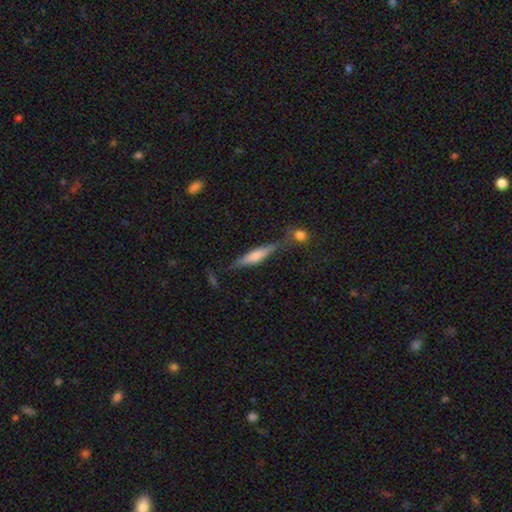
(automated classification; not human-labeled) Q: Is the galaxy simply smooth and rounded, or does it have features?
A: smooth — 59%.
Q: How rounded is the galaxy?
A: cigar-shaped — 81%.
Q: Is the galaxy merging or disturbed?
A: none — 64%.